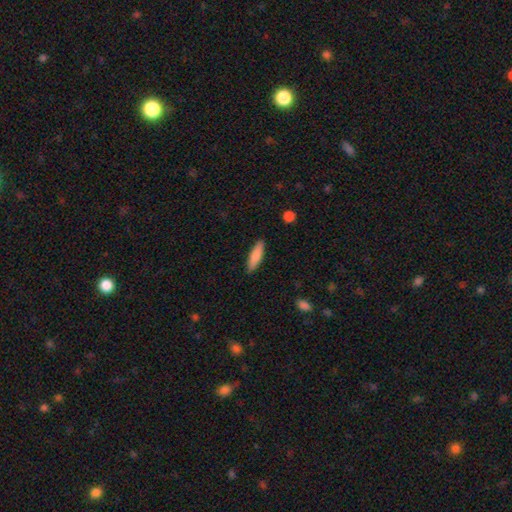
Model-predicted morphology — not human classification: Overall: smooth (81%). How rounded: cigar-shaped (70%). Merging: none (89%).